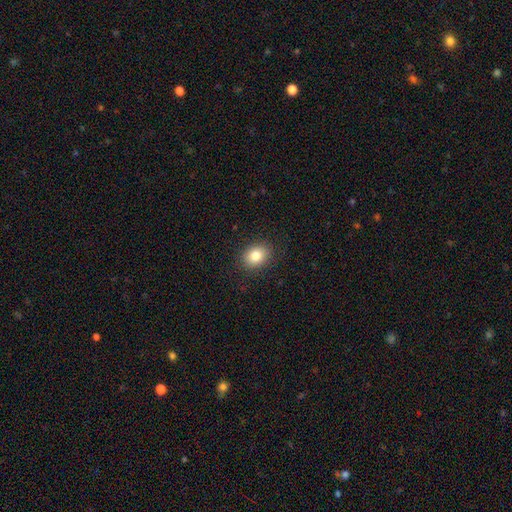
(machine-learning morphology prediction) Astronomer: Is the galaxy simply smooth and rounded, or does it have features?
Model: smooth — 83%.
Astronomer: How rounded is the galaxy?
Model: in between — 59% (runner-up: round, 40%).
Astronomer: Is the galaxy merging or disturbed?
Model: none — 88%.